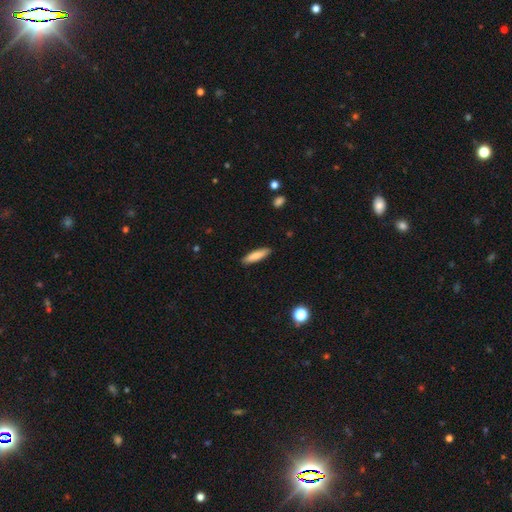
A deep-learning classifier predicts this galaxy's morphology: type=smooth (80%); roundness=cigar-shaped (73%); merging=none (89%).